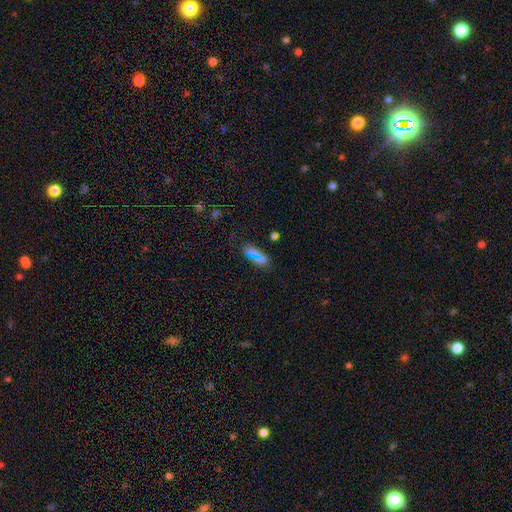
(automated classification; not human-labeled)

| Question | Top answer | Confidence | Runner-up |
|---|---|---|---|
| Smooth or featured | smooth | 62% | star or artifact (28%) |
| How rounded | in between | 77% | cigar-shaped (15%) |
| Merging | none | 76% | minor disturbance (14%) |